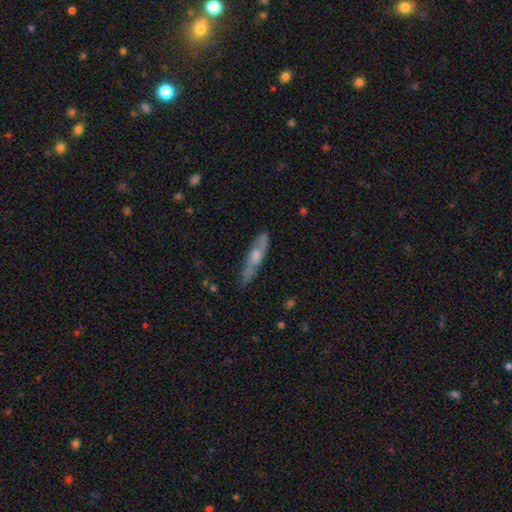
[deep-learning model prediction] smooth-or-featured: featured or disk: 57% | smooth: 37% | star or artifact: 7%
  disk-edge-on: yes: 75% | no: 25%
  merging: none: 79% | minor disturbance: 16% | major disturbance: 3% | merger: 2%